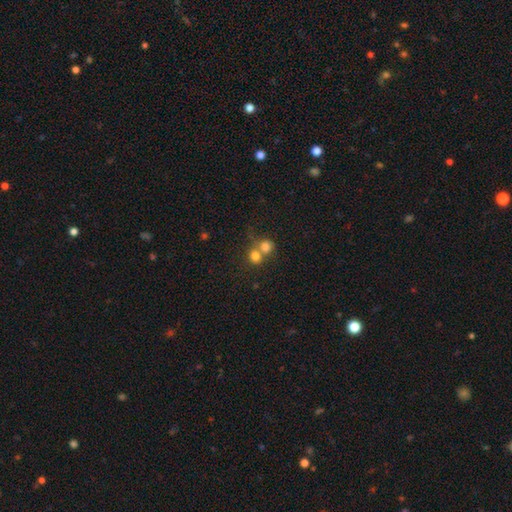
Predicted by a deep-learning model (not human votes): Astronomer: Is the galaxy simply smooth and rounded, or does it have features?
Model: smooth — 77%.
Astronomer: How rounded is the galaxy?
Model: round — 79%.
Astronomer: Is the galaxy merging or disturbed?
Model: merger — 55% (runner-up: none, 36%).